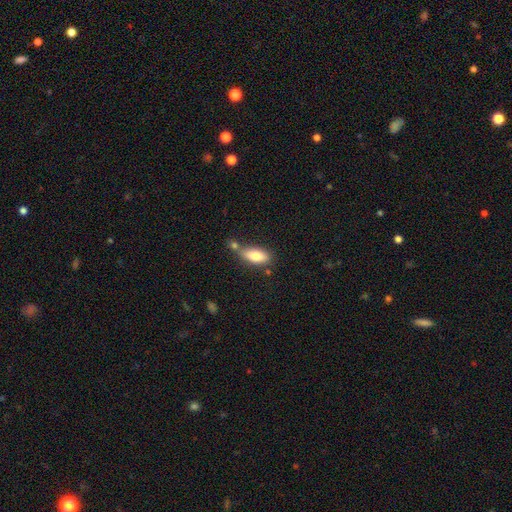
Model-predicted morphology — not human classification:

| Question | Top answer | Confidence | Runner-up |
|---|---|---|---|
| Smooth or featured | smooth | 77% | featured or disk (16%) |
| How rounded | in between | 79% | cigar-shaped (18%) |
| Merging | none | 55% | merger (23%) |